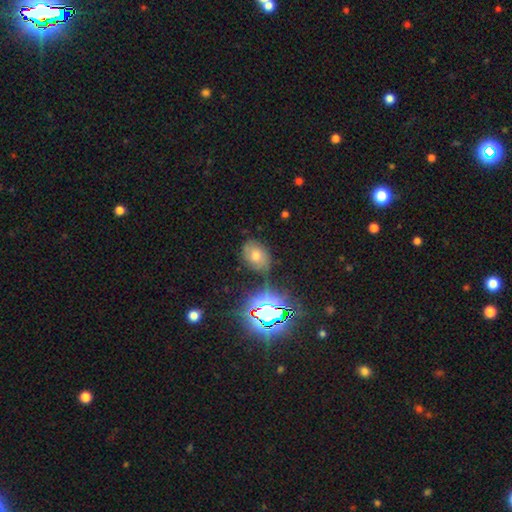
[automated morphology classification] This is marginally a smooth galaxy (45%). Merging: likely none (73%).